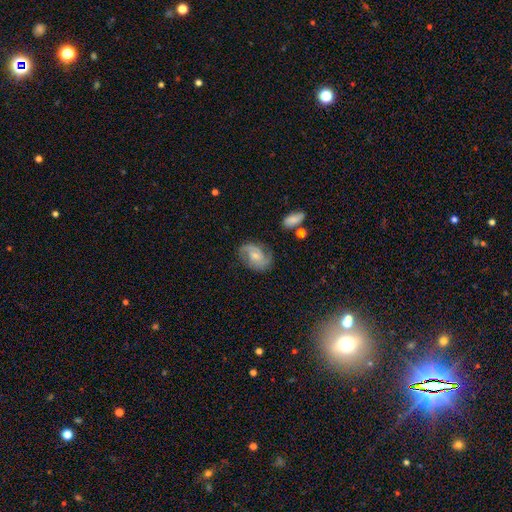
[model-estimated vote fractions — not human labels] Overall: featured or disk (76%). Edge-on disk: no (97%). Bar: no (54%; weak 39%). Spiral arms: yes (94%). Spiral arm count: 2 (79%). Spiral winding: medium (48%; tight 31%). Bulge size: small (57%; moderate 33%). Merging: none (70%).